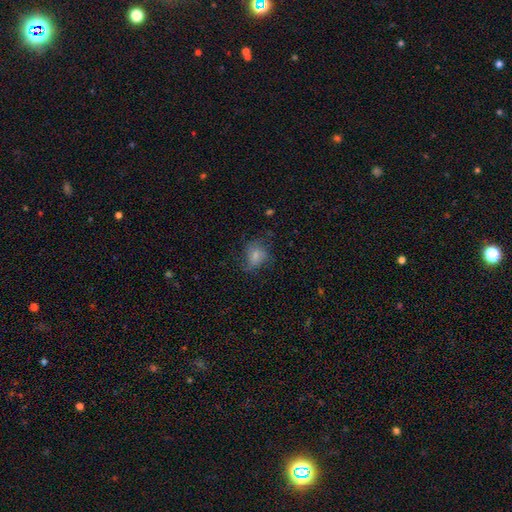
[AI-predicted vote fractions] Smooth or featured? smooth (63%)
How rounded? in between (58%)
Merging? none (51%)